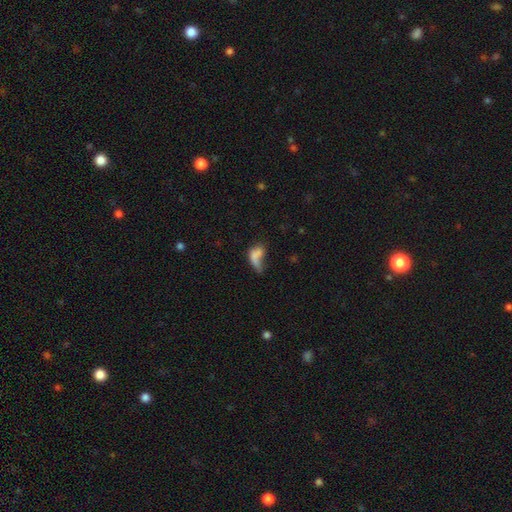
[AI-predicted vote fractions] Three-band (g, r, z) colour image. It shows a smooth galaxy with no disk features (66%) that is in between round and cigar-shaped (81%). Merging: major disturbance (41%).